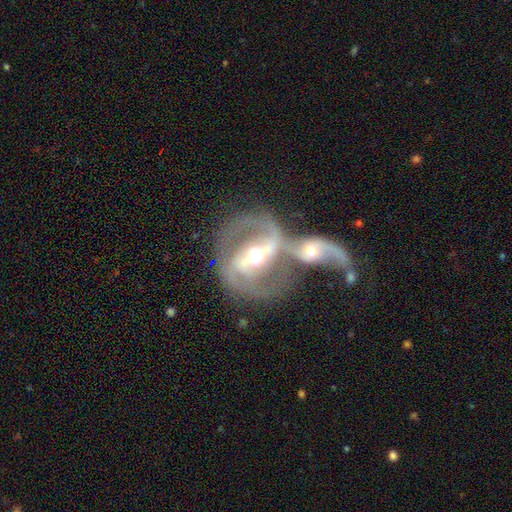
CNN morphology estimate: This appears to be a featured or disk galaxy (84%) with a strong bar (65%), 2 (82%) medium (48%) spiral arms (77%) and a moderate central bulge (72%). Merging: merger (64%).